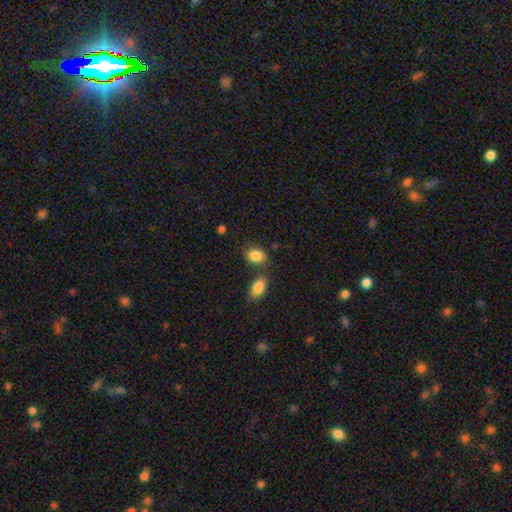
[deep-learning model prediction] Overall: smooth (87%). How rounded: in between (69%; round 30%). Merging: none (62%).